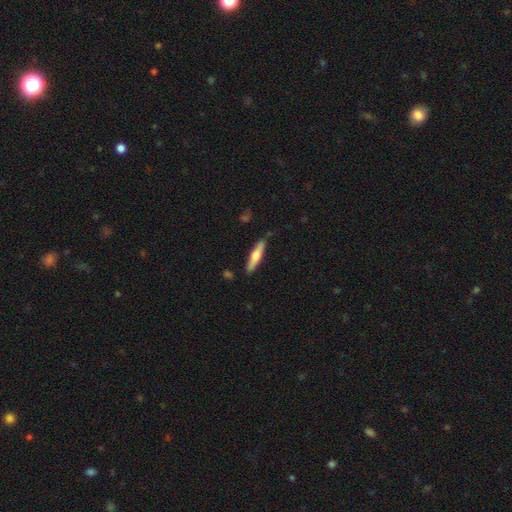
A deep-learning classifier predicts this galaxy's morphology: This appears to be a smooth galaxy with no disk features (53%) that is cigar-shaped (83%). Merging: none (85%).